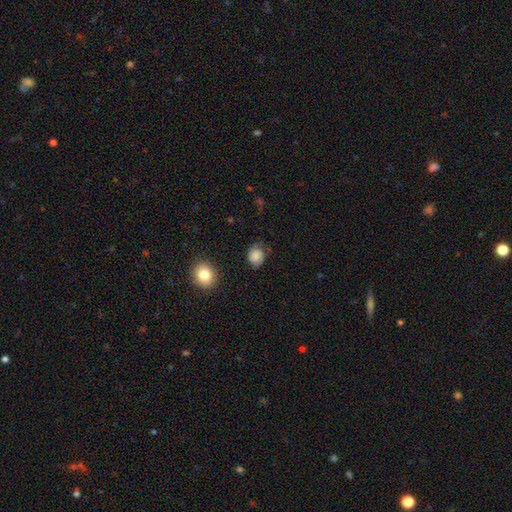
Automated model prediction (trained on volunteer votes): A smooth galaxy with no disk features (69%) that is round (56%). Merging: none (66%).